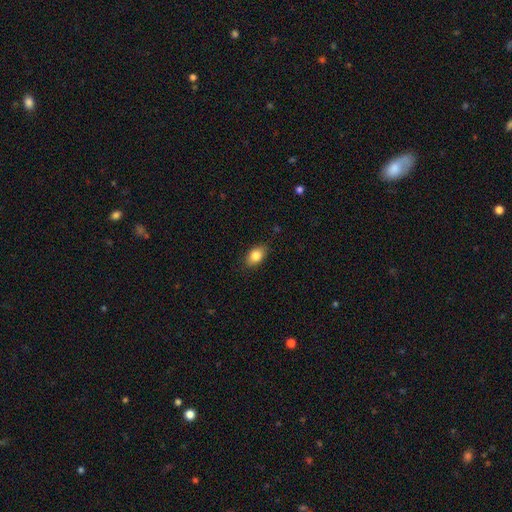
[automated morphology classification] Smooth or featured? Predicted: smooth (p=0.84). How rounded? Predicted: in between (p=0.86). Merging? Predicted: none (p=0.85).